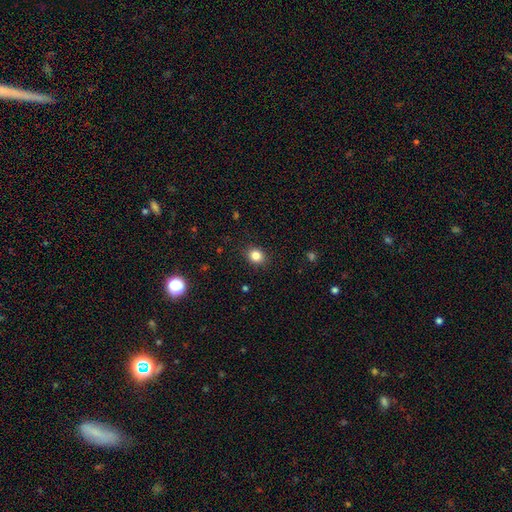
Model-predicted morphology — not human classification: This is clearly a smooth galaxy (84%). How rounded: likely round (63%). Merging: clearly none (89%).